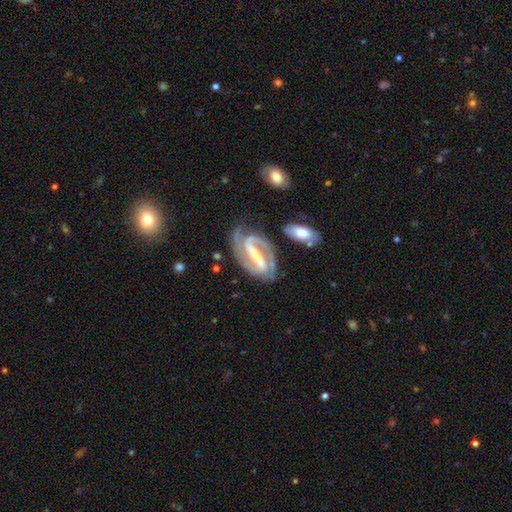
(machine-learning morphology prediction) This appears to be a featured or disk galaxy (91%) with a strong bar (74%), 2 (90%) medium (48%) spiral arms (97%) and a small central bulge (45%). Merging: none (71%).